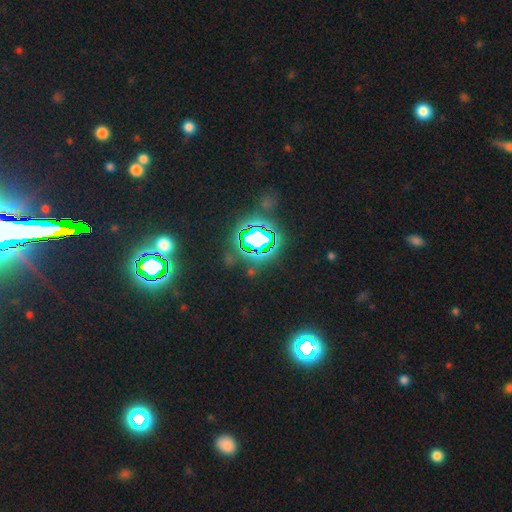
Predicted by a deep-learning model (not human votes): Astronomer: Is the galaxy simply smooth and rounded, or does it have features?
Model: star or artifact — 81%.